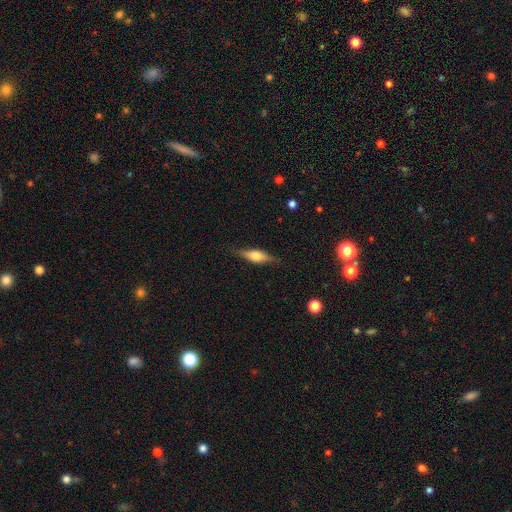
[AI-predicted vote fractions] A featured or disk galaxy (54%) viewed edge-on (94%) with a rounded central bulge (86%).

Vote fractions:
- Smooth or featured? featured or disk: 54% / smooth: 39% / star or artifact: 7%
- Edge-on disk? yes: 94% / no: 6%
- Edge-on bulge? rounded: 86% / boxy: 11% / none: 3%
- Merging? none: 84% / minor disturbance: 12% / major disturbance: 3% / merger: 1%